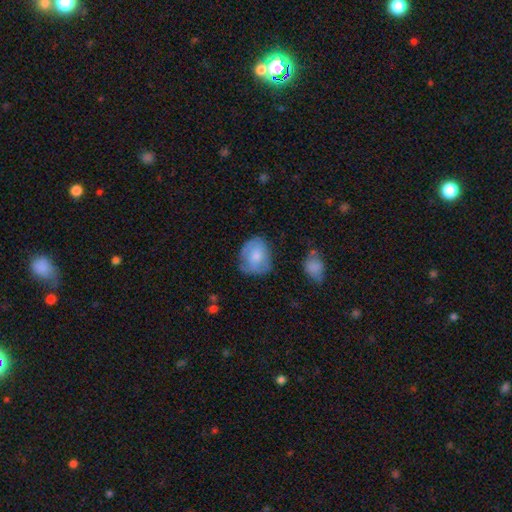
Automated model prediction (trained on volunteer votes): The model was most divided on "how rounded": round: 52%, in between: 47%, cigar-shaped: 1%. More confident: smooth or featured — smooth (67%); merging — none (58%).